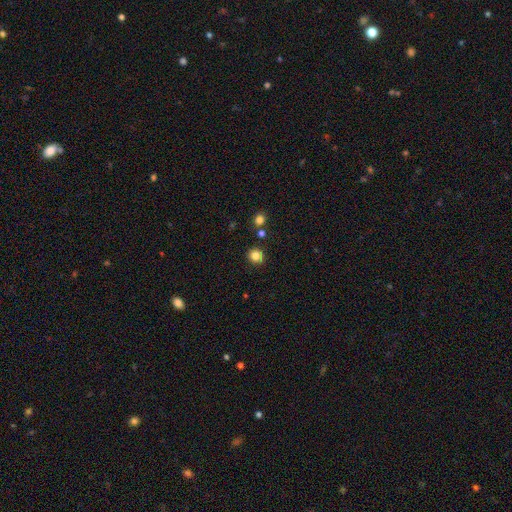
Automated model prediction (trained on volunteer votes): smooth-or-featured: smooth: 83% | star or artifact: 12% | featured or disk: 5%
  how-rounded: round: 87% | in between: 12% | cigar-shaped: 1%
  merging: none: 87% | minor disturbance: 8% | merger: 3% | major disturbance: 2%